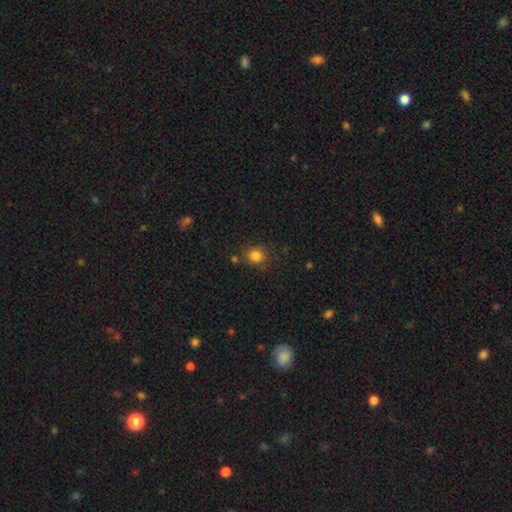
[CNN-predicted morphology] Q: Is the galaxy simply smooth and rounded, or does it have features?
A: smooth — 82%.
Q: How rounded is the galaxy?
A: round — 85%.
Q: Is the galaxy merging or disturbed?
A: none — 77%.